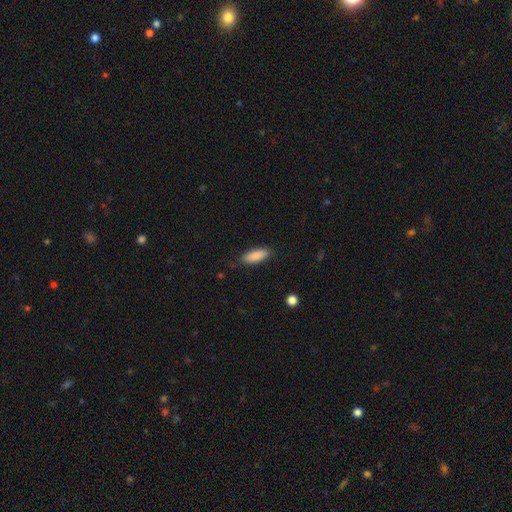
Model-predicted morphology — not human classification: A smooth galaxy with no disk features (88%) that is in between round and cigar-shaped (67%).

Vote fractions:
- Smooth or featured? smooth: 88% / star or artifact: 6% / featured or disk: 5%
- How rounded? in between: 67% / cigar-shaped: 32% / round: 2%
- Merging? none: 85% / minor disturbance: 11% / major disturbance: 2% / merger: 1%